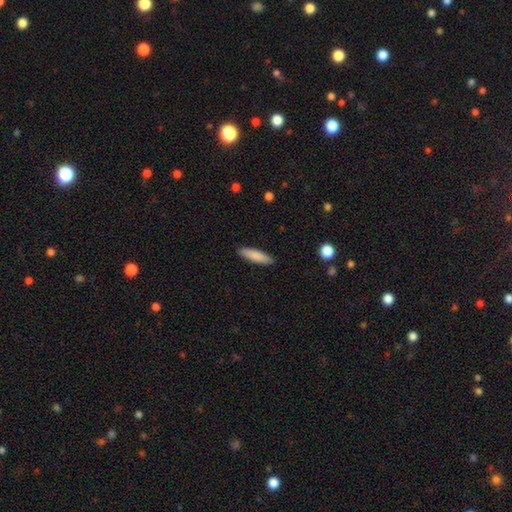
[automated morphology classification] Smooth or featured: smooth — 85% (featured or disk — 9%)
How rounded: cigar-shaped — 72% (in between — 27%)
Merging: none — 90% (minor disturbance — 8%)